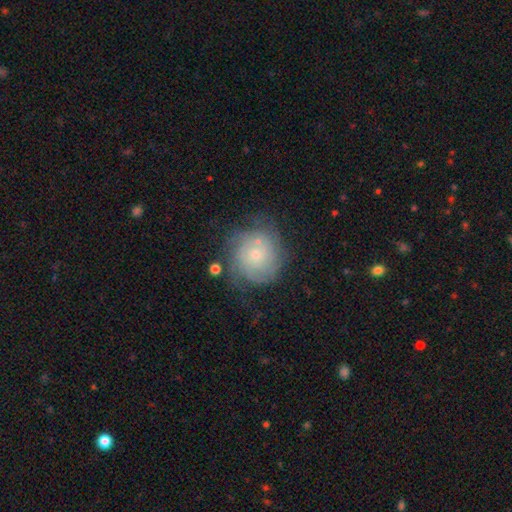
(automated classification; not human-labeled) Overall: featured or disk (66%). Edge-on disk: no (98%). Bar: no (82%). Spiral arms: yes (87%). Spiral arm count: can't tell (47%; 2 17%). Spiral winding: tight (73%). Bulge size: small (69%). Merging: none (63%).